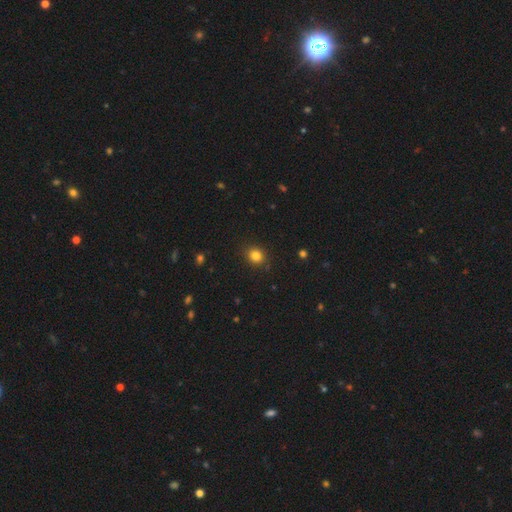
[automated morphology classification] Smooth or featured? smooth (82%)
How rounded? round (78%)
Merging? none (89%)